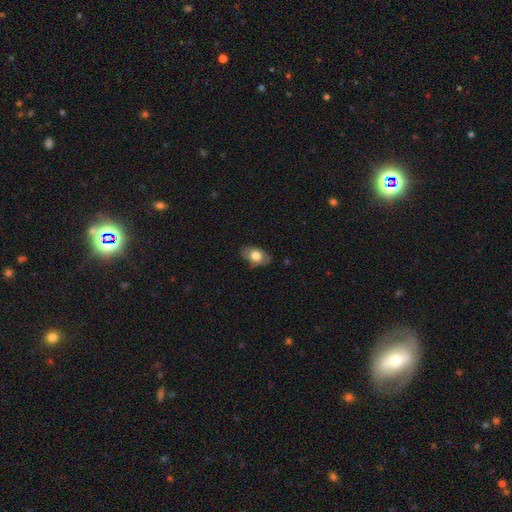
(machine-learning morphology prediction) Smooth or featured? Predicted: smooth (p=0.67). How rounded? Predicted: in between (p=0.89). Merging? Predicted: none (p=0.79).